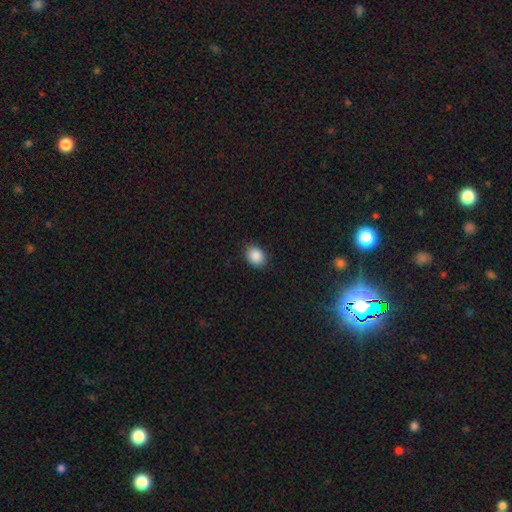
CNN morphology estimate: The model was most divided on "how rounded": in between: 68%, round: 31%, cigar-shaped: 1%. More confident: smooth or featured — smooth (89%); merging — none (86%).